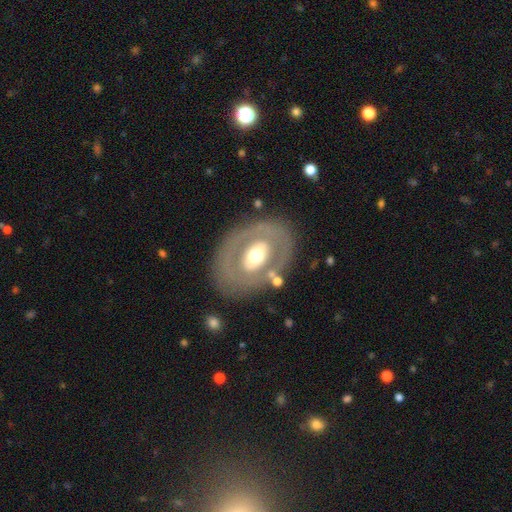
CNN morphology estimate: Smooth or featured?
  - featured or disk: 69% *
  - smooth: 25%
  - star or artifact: 6%
Edge-on disk?
  - no: 93% *
  - yes: 7%
Bar?
  - no: 59% *
  - weak: 26%
  - strong: 15%
Spiral arms?
  - no: 73% *
  - yes: 27%
Bulge size?
  - moderate: 69% *
  - large: 14%
  - small: 14%
  - dominant: 2%
  - none: 1%
Merging?
  - none: 76% *
  - minor disturbance: 14%
  - major disturbance: 7%
  - merger: 3%